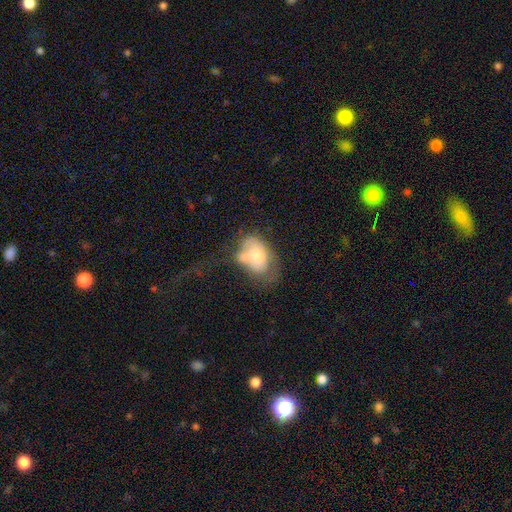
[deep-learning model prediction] Overall: smooth (59%; featured or disk 33%). How rounded: in between (81%). Merging: merger (29%; none 26%).